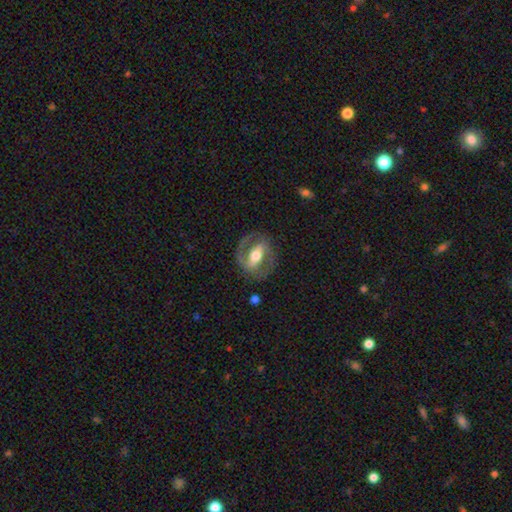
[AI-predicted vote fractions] Smooth or featured? featured or disk (78%)
Edge-on disk? no (92%)
Bar? strong (61%)
Spiral arms? yes (74%)
Spiral winding? medium (48%)
Spiral arm count? 2 (84%)
Bulge size? moderate (68%)
Merging? none (79%)